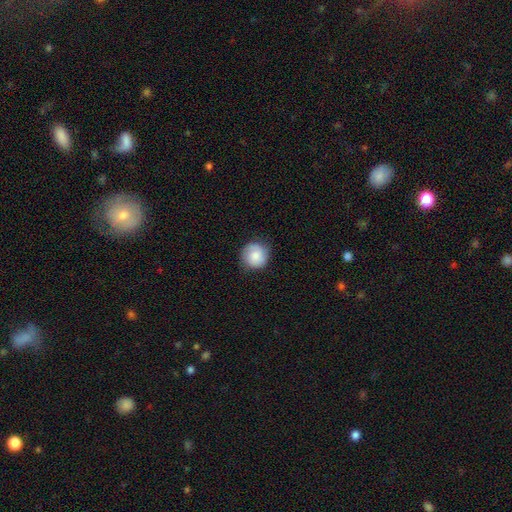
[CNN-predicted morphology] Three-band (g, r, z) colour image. It shows a smooth galaxy with no disk features (76%) that is round (93%). Merging: none (82%).